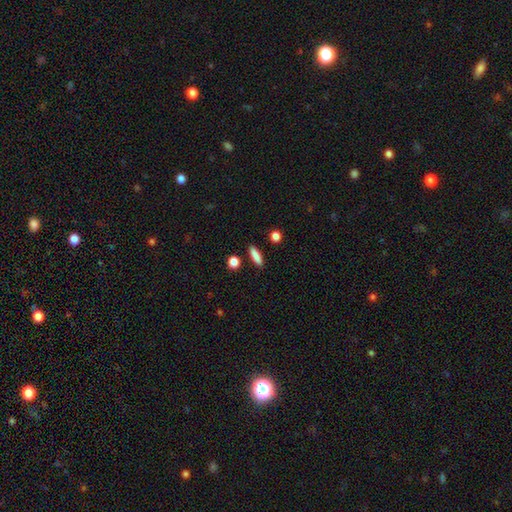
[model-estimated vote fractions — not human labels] Q: Smooth or featured?
A: smooth (86%); runner-up: star or artifact (7%)
Q: How rounded?
A: cigar-shaped (69%); runner-up: in between (27%)
Q: Merging?
A: none (89%); runner-up: minor disturbance (7%)